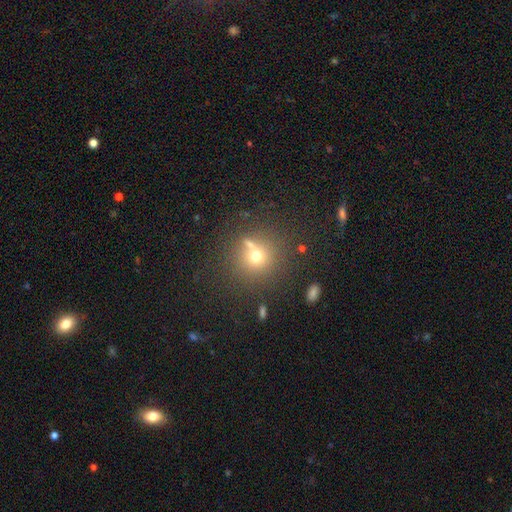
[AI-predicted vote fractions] smooth-or-featured: smooth: 67% | star or artifact: 20% | featured or disk: 14%
  how-rounded: round: 90% | in between: 9% | cigar-shaped: 1%
  merging: none: 68% | merger: 16% | minor disturbance: 11% | major disturbance: 6%